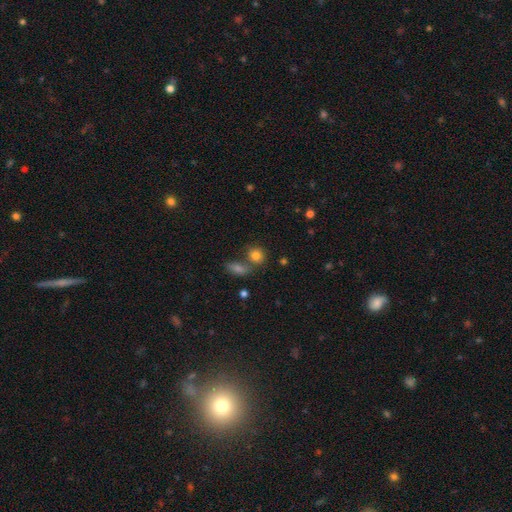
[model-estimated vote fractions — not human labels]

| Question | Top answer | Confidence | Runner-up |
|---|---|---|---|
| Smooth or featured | smooth | 81% | star or artifact (11%) |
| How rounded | round | 74% | in between (25%) |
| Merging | none | 59% | merger (27%) |